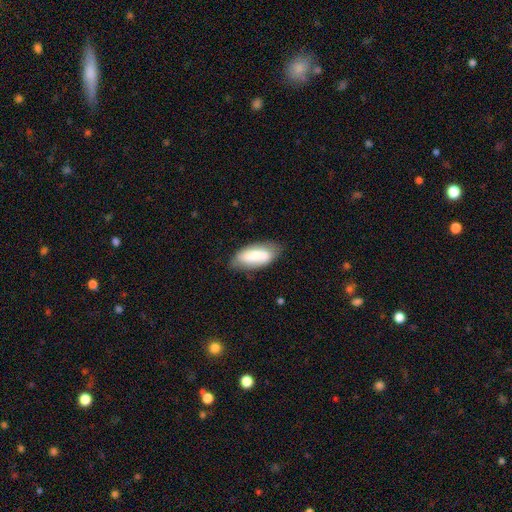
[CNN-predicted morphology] smooth-or-featured: smooth: 70% | featured or disk: 23% | star or artifact: 6%
  how-rounded: in between: 86% | cigar-shaped: 12% | round: 2%
  merging: none: 67% | minor disturbance: 24% | major disturbance: 6% | merger: 3%